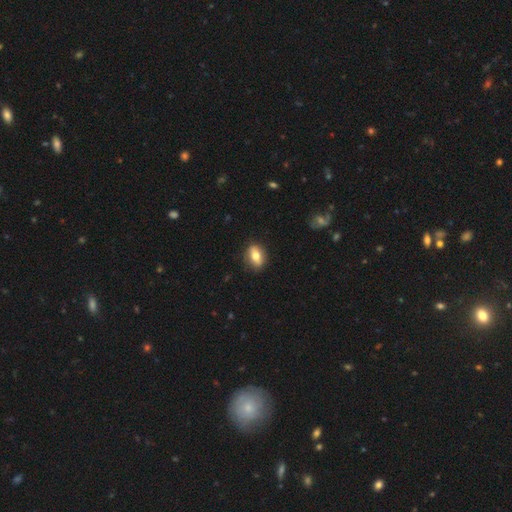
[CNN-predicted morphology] Smooth or featured? Predicted: smooth (p=0.66). How rounded? Predicted: in between (p=0.74). Merging? Predicted: none (p=0.85).